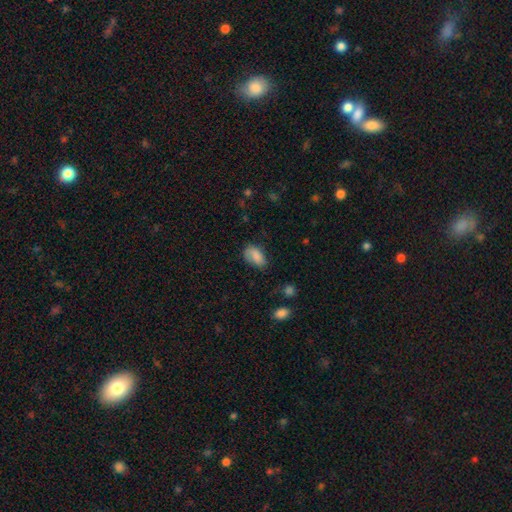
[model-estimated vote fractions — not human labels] Morphology: type=smooth (82%); roundness=in between (91%); merging=none (58%).